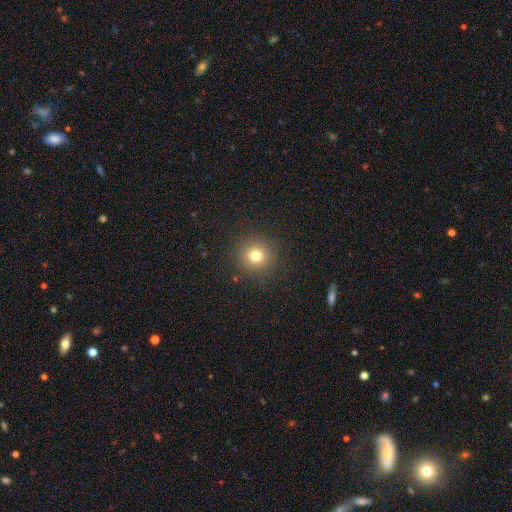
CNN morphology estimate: Smooth or featured? smooth (77%)
How rounded? round (92%)
Merging? none (89%)